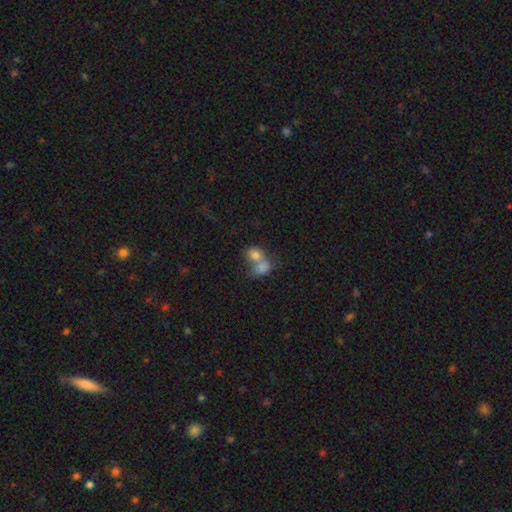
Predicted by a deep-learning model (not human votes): Overall: smooth (77%). How rounded: in between (50%; round 48%). Merging: merger (70%).